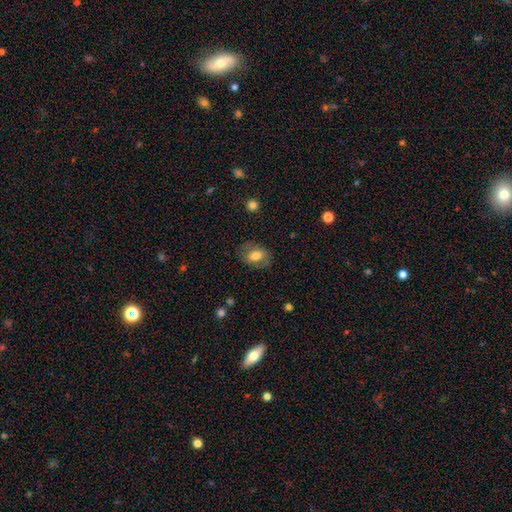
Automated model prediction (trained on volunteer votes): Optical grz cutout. It shows a smooth galaxy with no disk features (69%) that is in between round and cigar-shaped (70%). Merging: none (77%).